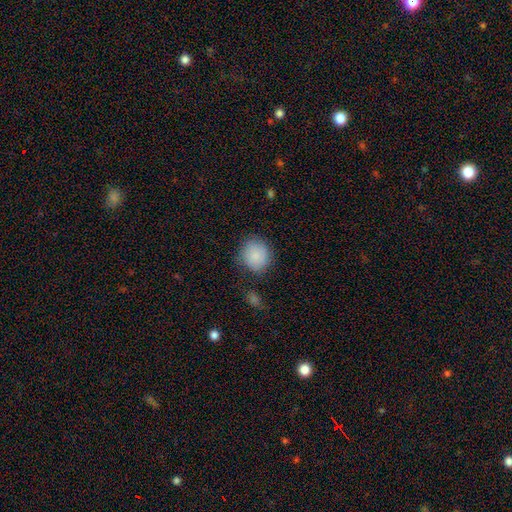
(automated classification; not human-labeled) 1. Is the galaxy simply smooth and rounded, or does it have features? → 87% smooth, 7% star or artifact, 5% featured or disk.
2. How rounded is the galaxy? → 83% round, 17% in between, 1% cigar-shaped.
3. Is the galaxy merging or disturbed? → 77% none, 15% minor disturbance, 4% major disturbance, 3% merger.